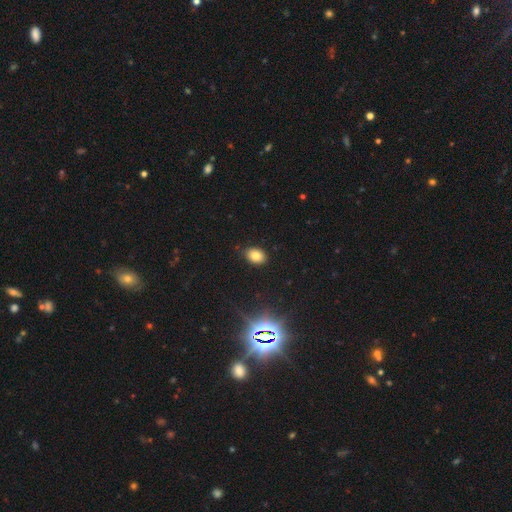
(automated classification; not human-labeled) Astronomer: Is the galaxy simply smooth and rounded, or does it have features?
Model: smooth — 79%.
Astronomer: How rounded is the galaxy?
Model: in between — 75%.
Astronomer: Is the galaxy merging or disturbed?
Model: none — 86%.